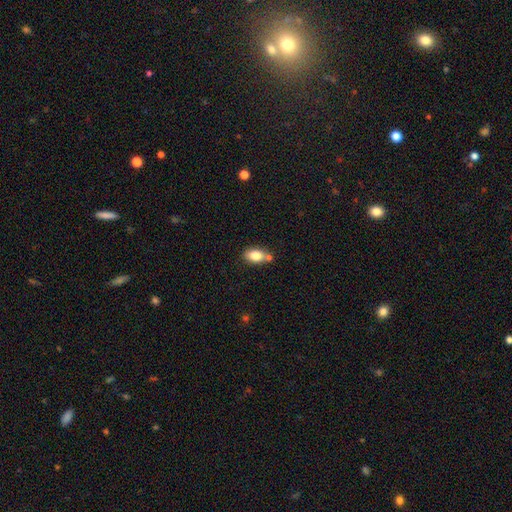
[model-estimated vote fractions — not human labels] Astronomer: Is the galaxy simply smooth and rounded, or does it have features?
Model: smooth — 82%.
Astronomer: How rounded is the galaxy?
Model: in between — 88%.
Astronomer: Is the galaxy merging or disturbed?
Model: none — 61%.